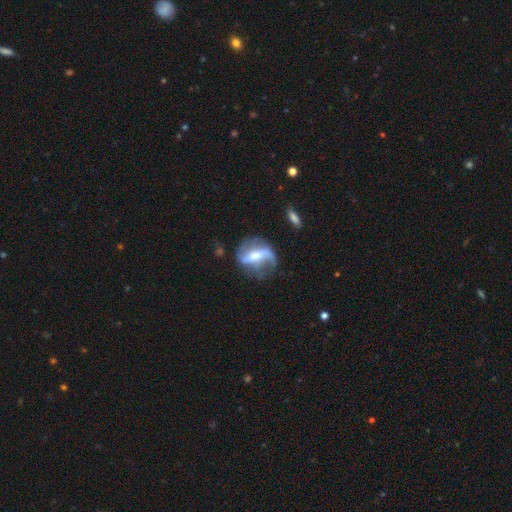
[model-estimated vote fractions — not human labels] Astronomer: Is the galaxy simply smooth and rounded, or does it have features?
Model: featured or disk — 76%.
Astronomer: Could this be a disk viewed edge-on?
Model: no — 90%.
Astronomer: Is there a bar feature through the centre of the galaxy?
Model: strong — 53% (runner-up: weak, 32%).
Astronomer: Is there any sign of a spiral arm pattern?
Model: yes — 82%.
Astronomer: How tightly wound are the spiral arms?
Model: loose — 63%.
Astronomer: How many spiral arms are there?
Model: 2 — 72%.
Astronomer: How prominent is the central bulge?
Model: moderate — 50% (runner-up: small, 32%).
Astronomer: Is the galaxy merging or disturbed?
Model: none — 56%.